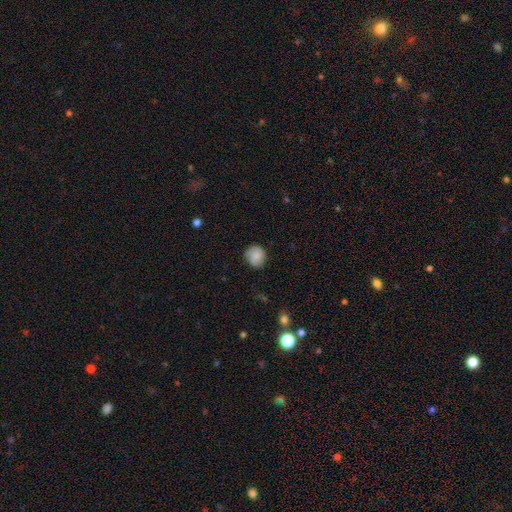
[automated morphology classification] Q: Smooth or featured?
A: smooth (77%); runner-up: featured or disk (15%)
Q: How rounded?
A: round (83%); runner-up: in between (16%)
Q: Merging?
A: none (70%); runner-up: minor disturbance (23%)